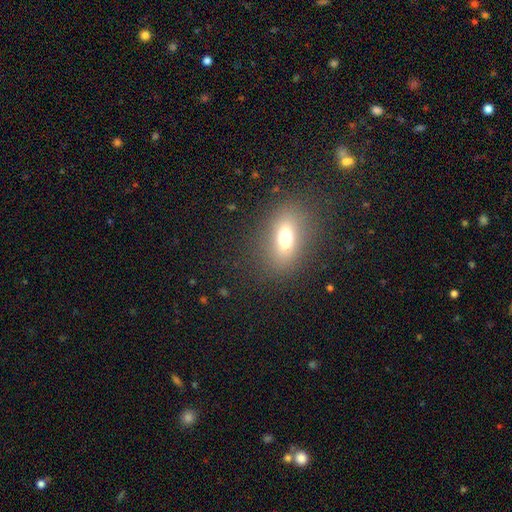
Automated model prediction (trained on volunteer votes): Smooth or featured? smooth (57%)
How rounded? in between (73%)
Merging? none (86%)